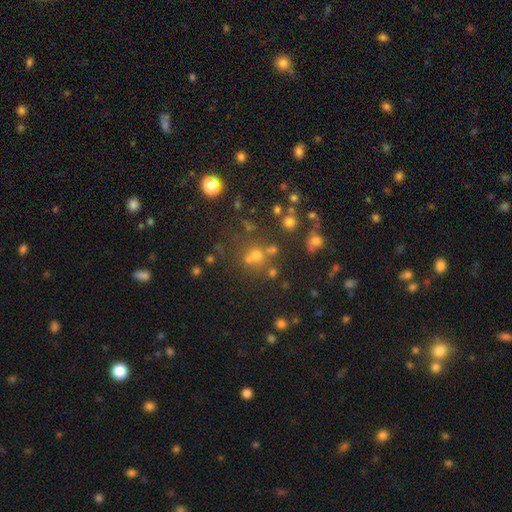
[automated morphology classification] This appears to be a smooth galaxy with no disk features (54%) that is round (86%). Merging: none (60%).